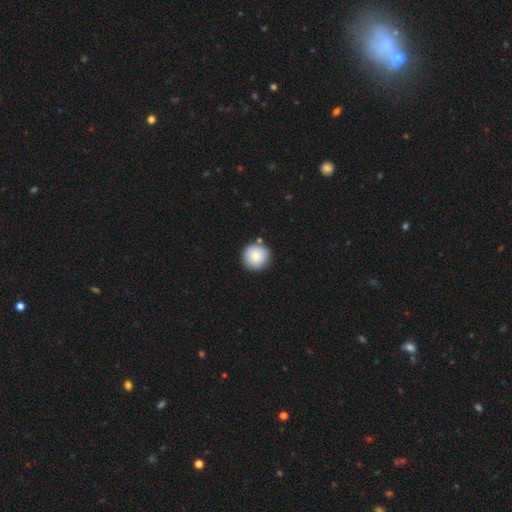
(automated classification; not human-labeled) smooth-or-featured: smooth: 84% | featured or disk: 8% | star or artifact: 8%
  how-rounded: round: 95% | in between: 4% | cigar-shaped: 1%
  merging: none: 86% | minor disturbance: 8% | merger: 4% | major disturbance: 2%